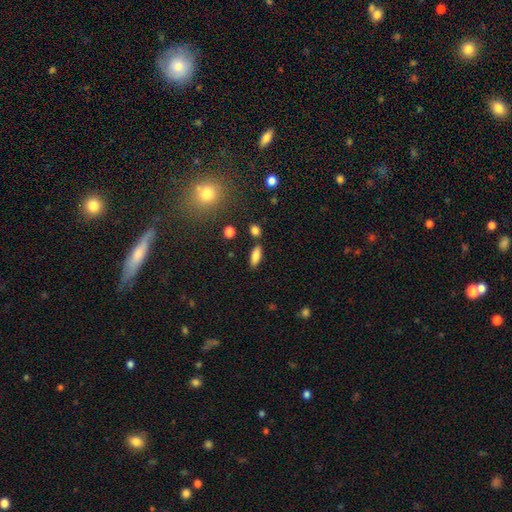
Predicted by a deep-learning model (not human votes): smooth_or_featured: smooth (p=0.82) [alt: featured or disk p=0.10]
how_rounded: in between (p=0.70) [alt: cigar-shaped p=0.27]
merging: none (p=0.80) [alt: minor disturbance p=0.11]